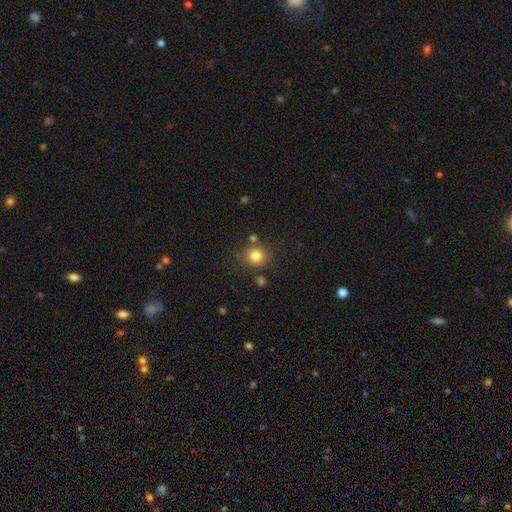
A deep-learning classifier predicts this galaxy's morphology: smooth_or_featured: smooth (p=0.82) [alt: star or artifact p=0.12]
how_rounded: round (p=0.90) [alt: in between p=0.09]
merging: none (p=0.79) [alt: minor disturbance p=0.10]